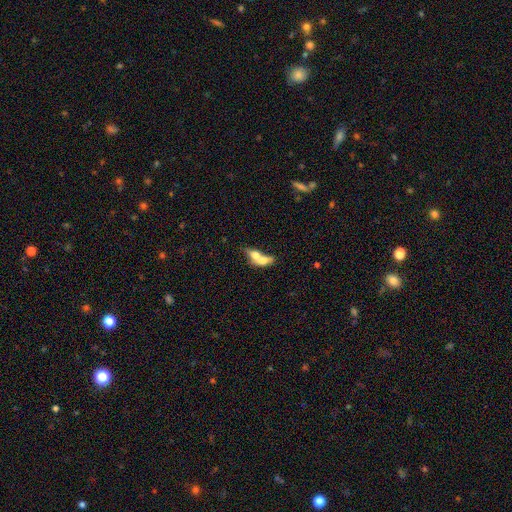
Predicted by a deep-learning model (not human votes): smooth-or-featured: smooth: 63% | featured or disk: 30% | star or artifact: 8%
  how-rounded: in between: 67% | round: 20% | cigar-shaped: 14%
  merging: merger: 75% | none: 14% | minor disturbance: 6% | major disturbance: 5%